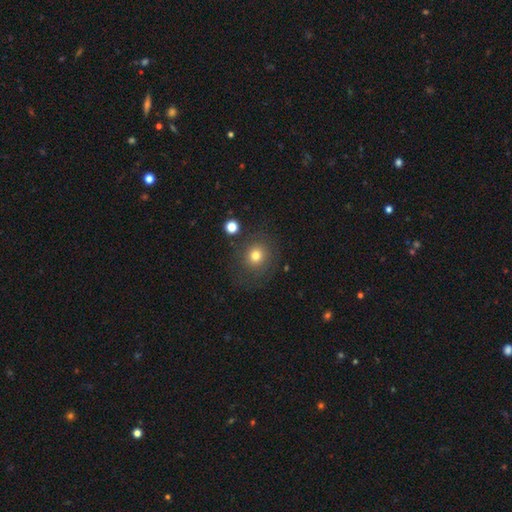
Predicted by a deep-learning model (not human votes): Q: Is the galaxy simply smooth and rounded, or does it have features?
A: smooth — 75%.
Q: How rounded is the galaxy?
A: round — 84%.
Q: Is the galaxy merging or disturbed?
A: none — 77%.